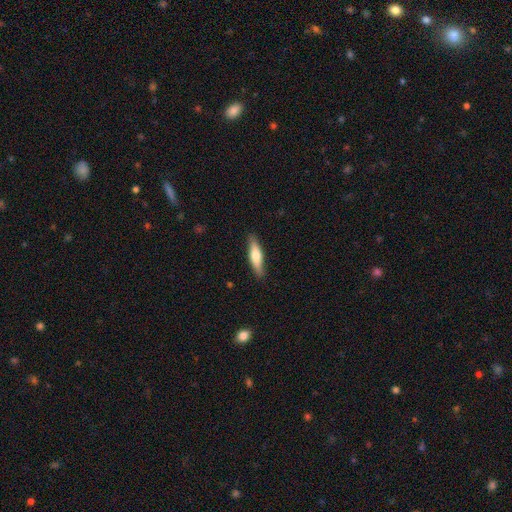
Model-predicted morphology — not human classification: smooth_or_featured: smooth (p=0.62) [alt: featured or disk p=0.33]
how_rounded: cigar-shaped (p=0.72) [alt: in between p=0.26]
merging: none (p=0.87) [alt: minor disturbance p=0.10]